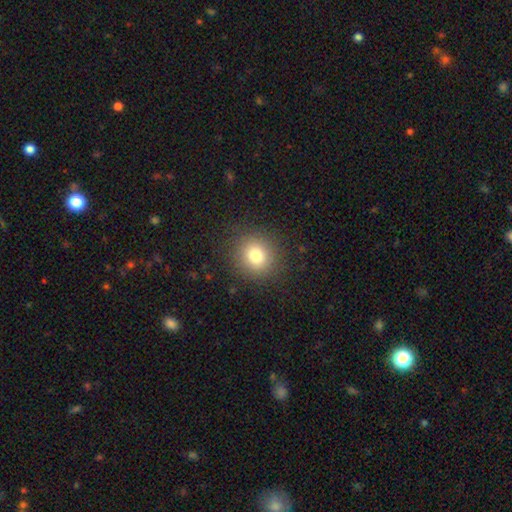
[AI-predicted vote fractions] Smooth or featured?
  - smooth: 80% *
  - star or artifact: 12%
  - featured or disk: 8%
How rounded?
  - round: 88% *
  - in between: 11%
  - cigar-shaped: 1%
Merging?
  - none: 88% *
  - minor disturbance: 7%
  - major disturbance: 4%
  - merger: 1%